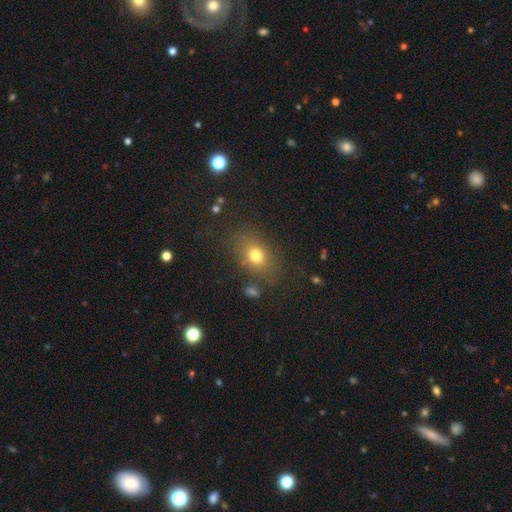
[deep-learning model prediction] Overall: smooth (74%). How rounded: in between (61%; round 37%). Merging: none (77%).